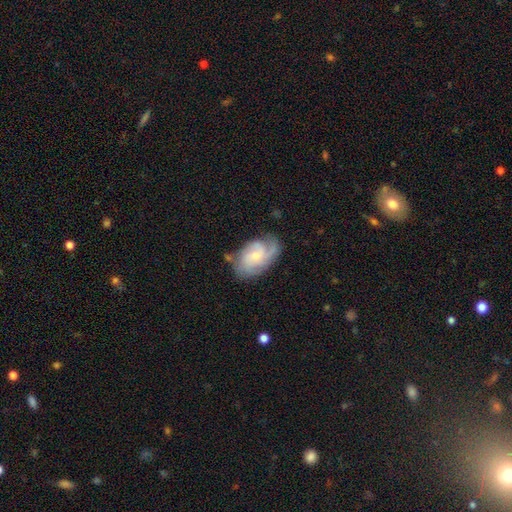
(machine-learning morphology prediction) The model was most divided on "spiral winding" (2-way tie): medium: 41%, tight: 41%, loose: 18%; "spiral arm count" (2-way tie): 3: 28%, 2: 28%, can't tell: 25%, 1: 9%, 4: 6%, more than 4: 4%. More confident: edge-on disk — no (97%); spiral arms — yes (93%); smooth or featured — featured or disk (72%); bar — no (65%); merging — none (62%); bulge size — small (56%).